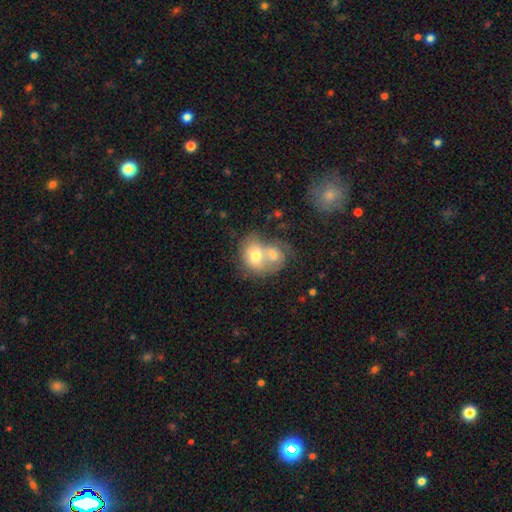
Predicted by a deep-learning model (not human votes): Q: Smooth or featured?
A: smooth (58%); runner-up: featured or disk (29%)
Q: How rounded?
A: round (62%); runner-up: in between (36%)
Q: Merging?
A: merger (66%); runner-up: none (23%)